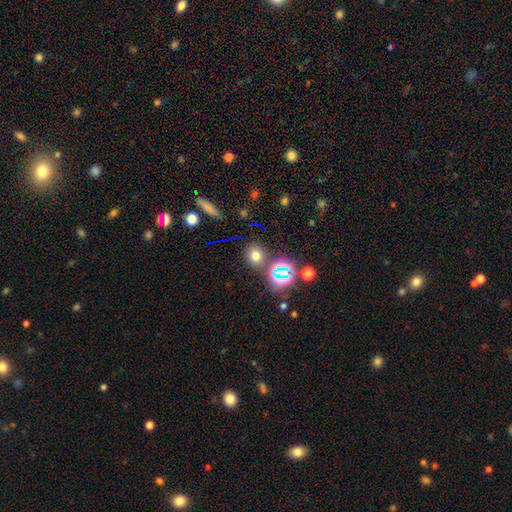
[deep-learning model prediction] Q: Smooth or featured?
A: smooth (65%); runner-up: star or artifact (26%)
Q: How rounded?
A: round (77%); runner-up: in between (22%)
Q: Merging?
A: none (81%); runner-up: minor disturbance (9%)